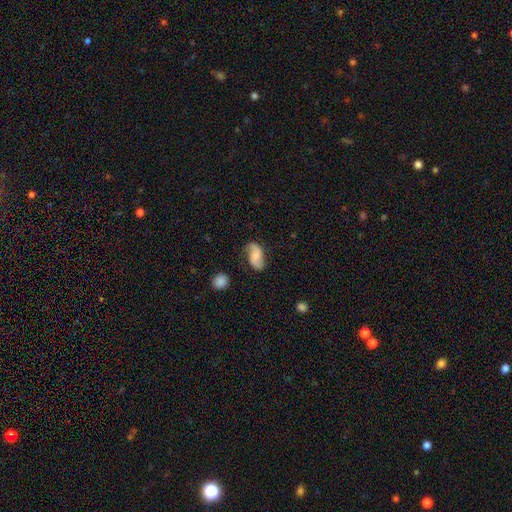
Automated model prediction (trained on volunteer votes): A featured or disk galaxy (62%) with no bar (58%), 2 (90%) loose (60%) spiral arms (93%) and a moderate central bulge (44%).

Vote fractions:
- Smooth or featured? featured or disk: 62% / smooth: 31% / star or artifact: 7%
- Edge-on disk? no: 96% / yes: 4%
- Bar? no: 58% / weak: 33% / strong: 9%
- Spiral arms? yes: 93% / no: 7%
- Spiral winding? loose: 60% / medium: 28% / tight: 11%
- Spiral arm count? 2: 90% / can't tell: 4% / 1: 3% / 3: 1% / 4: 1% / more than 4: 1%
- Bulge size? moderate: 44% / small: 41% / none: 9% / large: 4% / dominant: 2%
- Merging? none: 73% / minor disturbance: 19% / major disturbance: 6% / merger: 2%